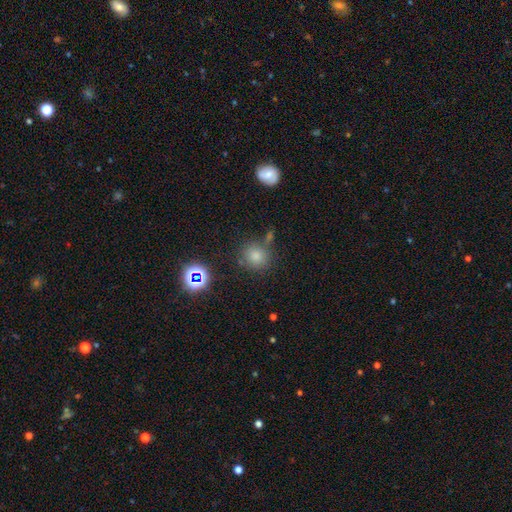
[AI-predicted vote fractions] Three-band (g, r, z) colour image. It shows a smooth galaxy with no disk features (67%) that is round (88%). Merging: none (75%).